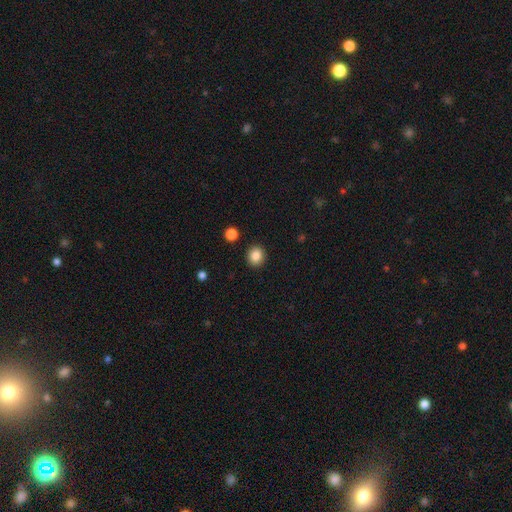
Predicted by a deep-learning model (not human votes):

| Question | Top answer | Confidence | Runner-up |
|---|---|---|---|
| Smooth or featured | smooth | 86% | star or artifact (10%) |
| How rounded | round | 80% | in between (20%) |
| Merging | none | 91% | minor disturbance (6%) |